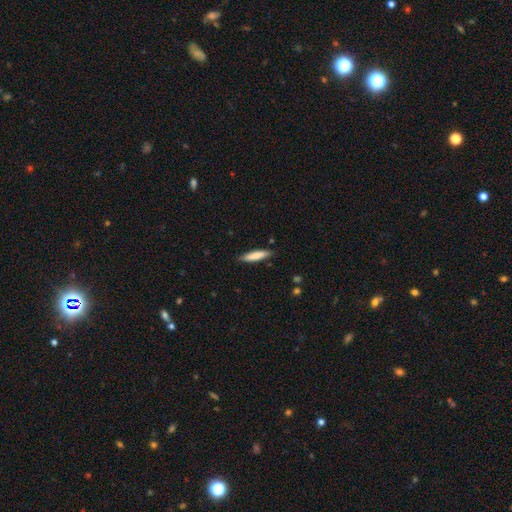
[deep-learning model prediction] Smooth or featured? Predicted: smooth (p=0.80). How rounded? Predicted: cigar-shaped (p=0.81). Merging? Predicted: none (p=0.86).